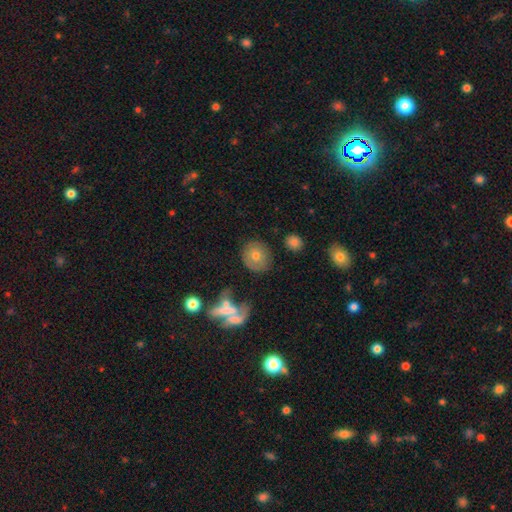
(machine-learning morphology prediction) Overall: smooth (65%). How rounded: round (77%). Merging: none (76%).